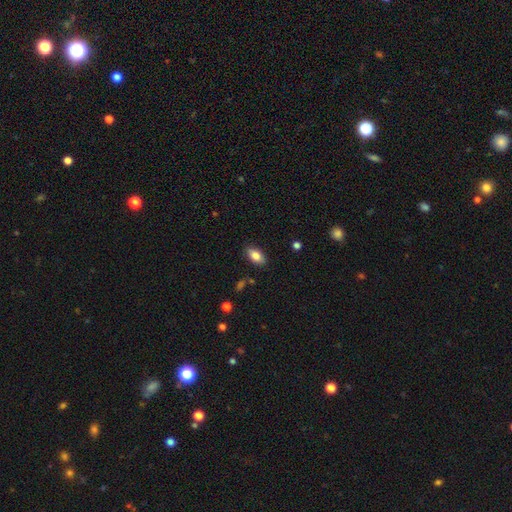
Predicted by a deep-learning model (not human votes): smooth_or_featured: smooth (p=0.82) [alt: featured or disk p=0.10]
how_rounded: in between (p=0.91) [alt: cigar-shaped p=0.05]
merging: none (p=0.86) [alt: minor disturbance p=0.10]